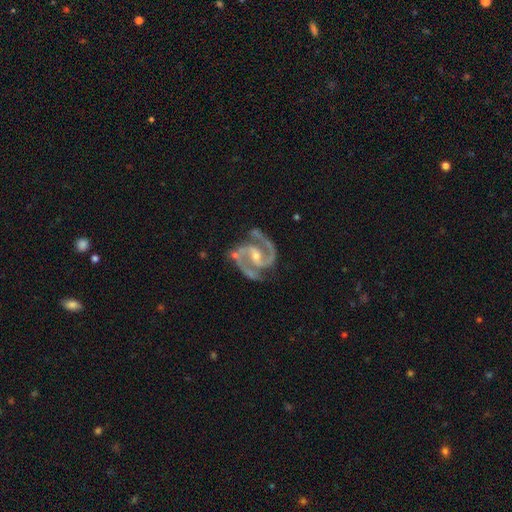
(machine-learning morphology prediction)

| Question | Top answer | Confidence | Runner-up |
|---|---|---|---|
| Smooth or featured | featured or disk | 94% | star or artifact (4%) |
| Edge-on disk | no | 98% | yes (2%) |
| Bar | weak | 41% | strong (36%) |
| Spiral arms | yes | 99% | no (1%) |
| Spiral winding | medium | 67% | tight (24%) |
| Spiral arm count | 2 | 93% | 3 (2%) |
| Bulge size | small | 54% | moderate (41%) |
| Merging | none | 73% | minor disturbance (17%) |